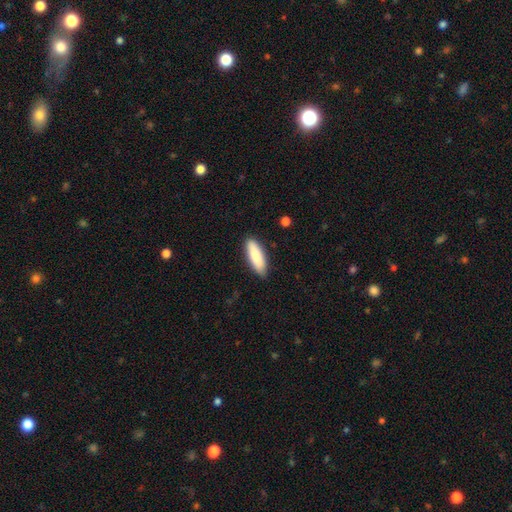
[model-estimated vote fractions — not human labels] Smooth or featured? smooth (87%)
How rounded? in between (54%)
Merging? none (86%)